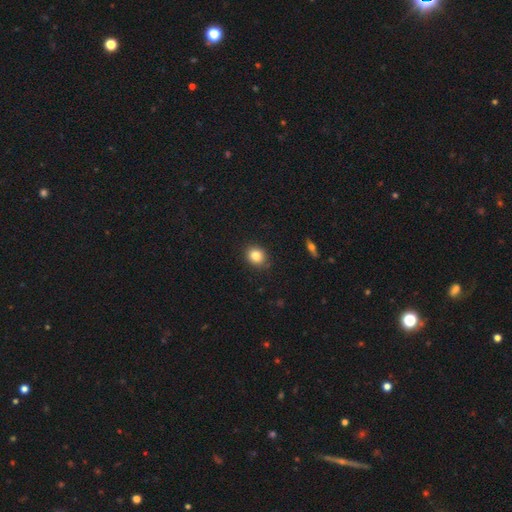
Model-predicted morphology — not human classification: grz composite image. It shows a smooth galaxy with no disk features (83%) that is round (74%). Merging: none (88%).